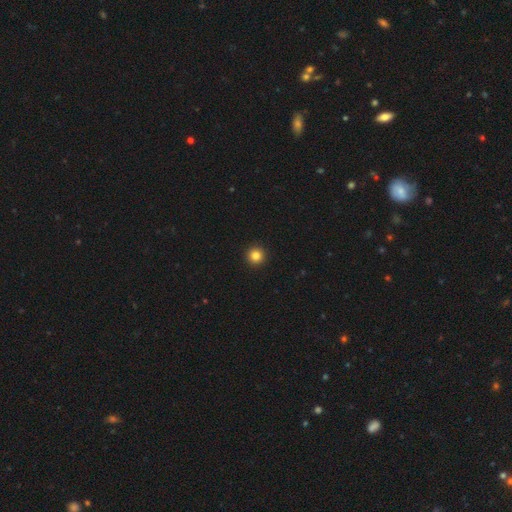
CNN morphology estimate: This appears to be a smooth galaxy with no disk features (84%) that is round (96%). Merging: none (94%).